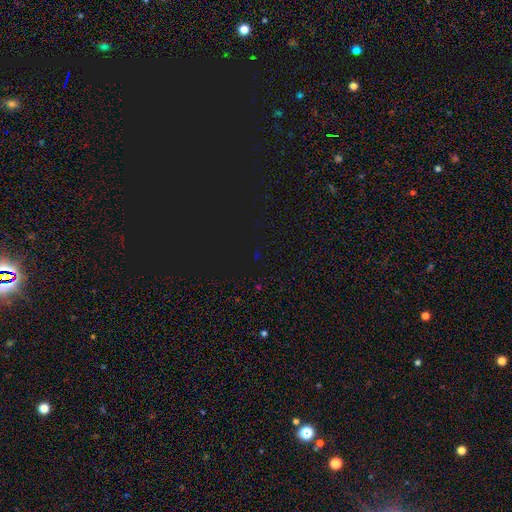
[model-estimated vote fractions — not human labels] Smooth or featured? Predicted: star or artifact (p=0.77).